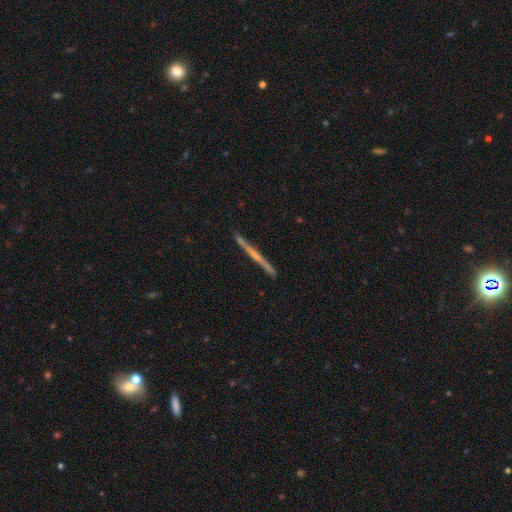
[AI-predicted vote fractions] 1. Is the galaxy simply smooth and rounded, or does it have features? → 65% featured or disk, 29% smooth, 5% star or artifact.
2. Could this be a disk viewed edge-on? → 98% yes, 2% no.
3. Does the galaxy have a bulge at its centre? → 57% none, 33% rounded, 10% boxy.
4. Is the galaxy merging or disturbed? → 90% none, 7% minor disturbance, 1% merger, 1% major disturbance.